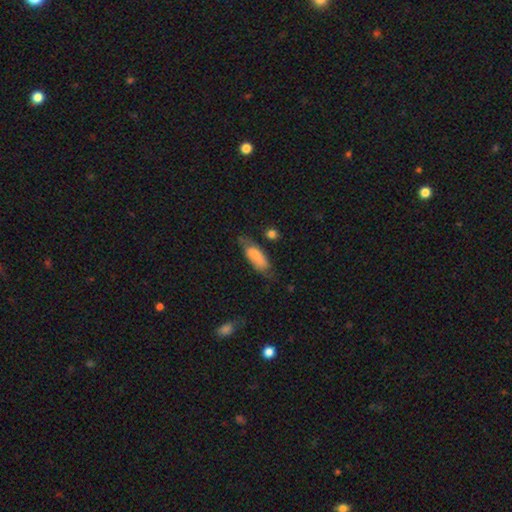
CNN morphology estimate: Q: Smooth or featured?
A: smooth (75%); runner-up: featured or disk (17%)
Q: How rounded?
A: in between (73%); runner-up: cigar-shaped (25%)
Q: Merging?
A: none (48%); runner-up: minor disturbance (32%)